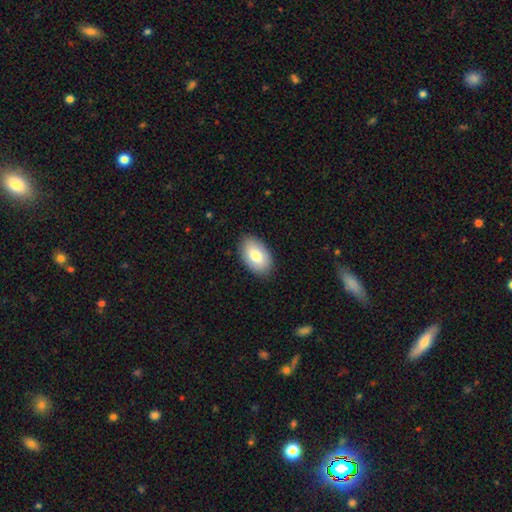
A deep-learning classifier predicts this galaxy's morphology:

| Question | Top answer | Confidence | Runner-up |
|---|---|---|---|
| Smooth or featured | smooth | 79% | featured or disk (15%) |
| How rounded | in between | 93% | round (6%) |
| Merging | none | 86% | minor disturbance (11%) |